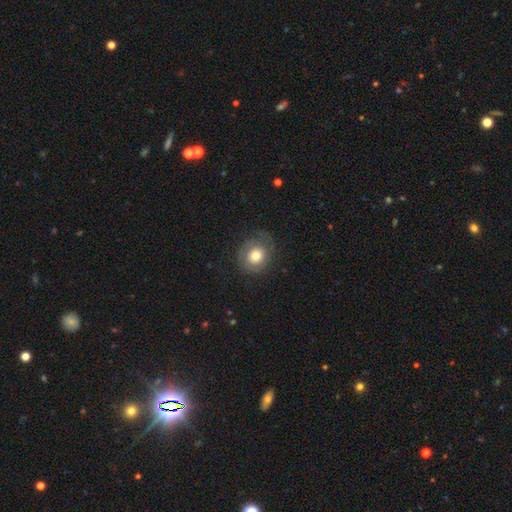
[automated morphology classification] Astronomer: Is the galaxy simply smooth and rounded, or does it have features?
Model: smooth — 68%.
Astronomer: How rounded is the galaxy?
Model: round — 76%.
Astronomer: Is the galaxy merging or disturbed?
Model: none — 69%.